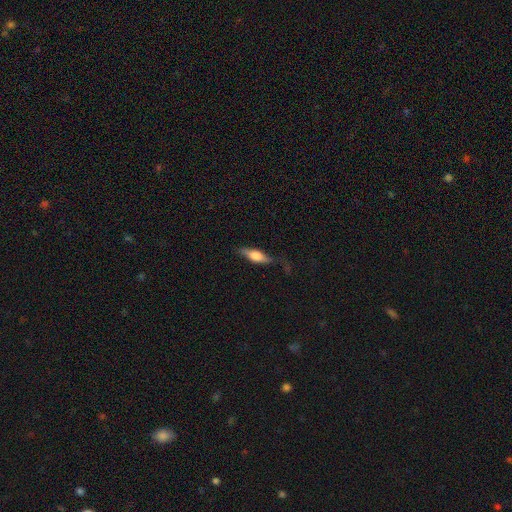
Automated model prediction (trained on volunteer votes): Morphology: type=smooth (53%); roundness=cigar-shaped (50%); merging=none (66%).